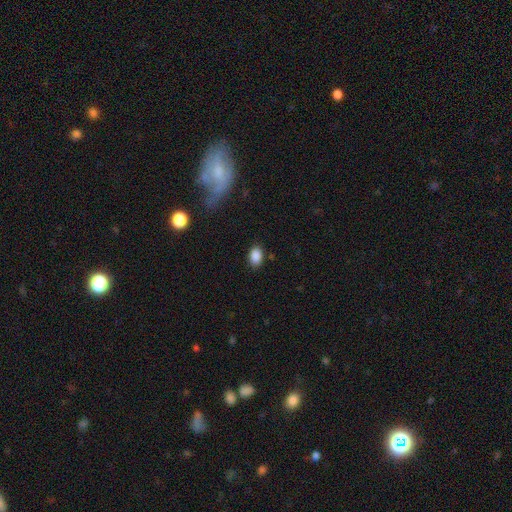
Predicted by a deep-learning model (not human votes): A smooth galaxy with no disk features (87%) that is in between round and cigar-shaped (83%). Merging: none (85%).